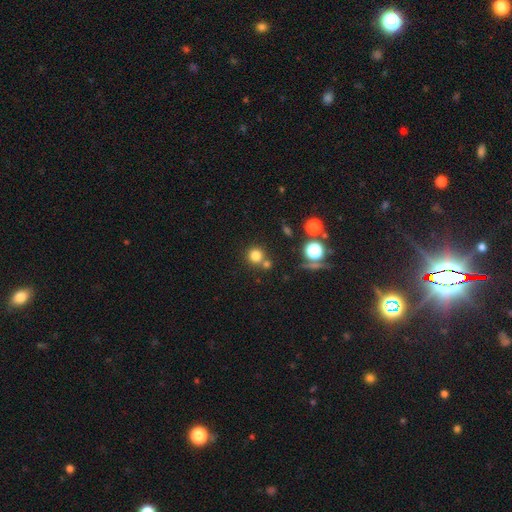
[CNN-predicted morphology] Overall: smooth (78%). How rounded: round (93%). Merging: none (69%).